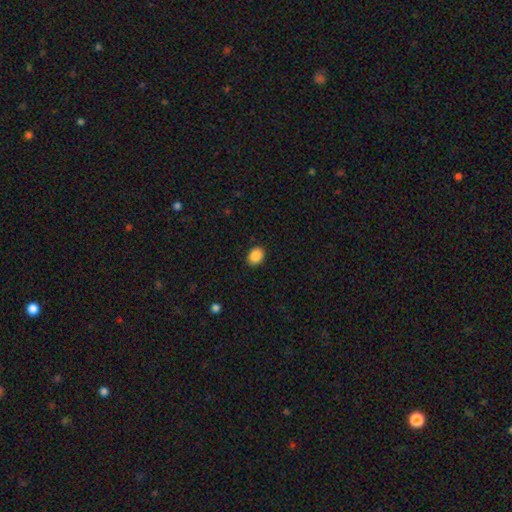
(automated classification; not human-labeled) A smooth galaxy with no disk features (89%) that is in between round and cigar-shaped (56%).

Vote fractions:
- Smooth or featured? smooth: 89% / star or artifact: 8% / featured or disk: 3%
- How rounded? in between: 56% / round: 43% / cigar-shaped: 1%
- Merging? none: 90% / minor disturbance: 7% / major disturbance: 2% / merger: 1%